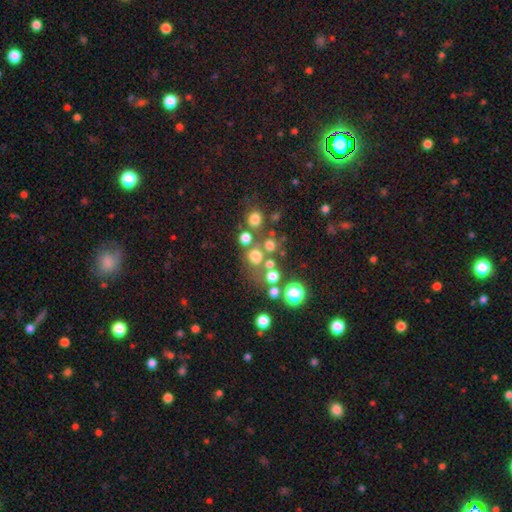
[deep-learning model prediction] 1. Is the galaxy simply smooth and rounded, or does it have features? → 65% smooth, 22% star or artifact, 13% featured or disk.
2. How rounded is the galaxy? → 85% round, 13% in between, 1% cigar-shaped.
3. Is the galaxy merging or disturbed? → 61% none, 22% merger, 10% minor disturbance, 7% major disturbance.